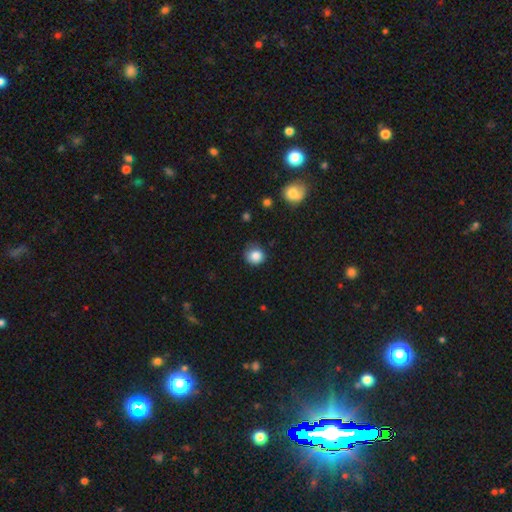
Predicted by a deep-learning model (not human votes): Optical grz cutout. It shows a smooth galaxy with no disk features (84%) that is round (86%). Merging: none (67%).